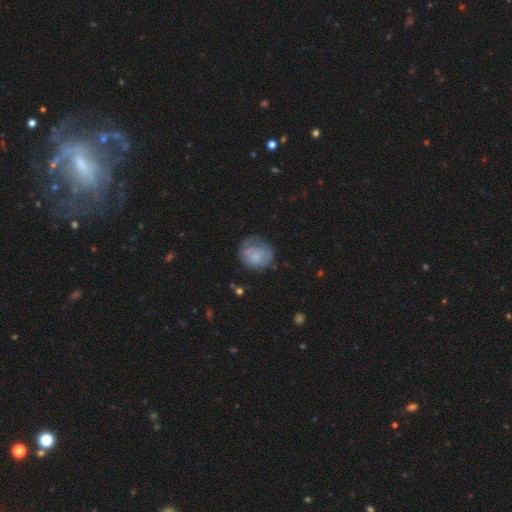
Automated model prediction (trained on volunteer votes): smooth 57%, featured or disk 35%, star or artifact 8%. Down the decision tree: how rounded — round (77%); merging — none (52%).